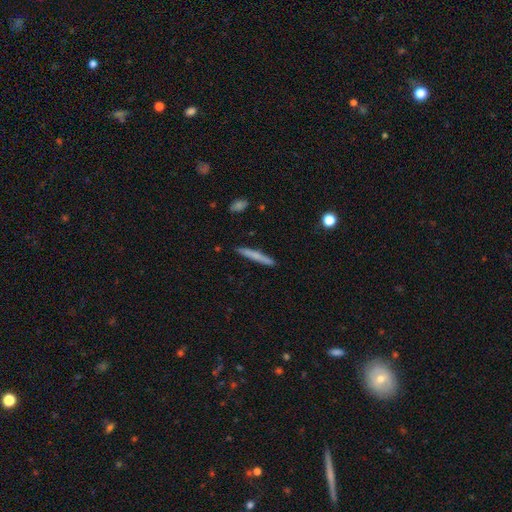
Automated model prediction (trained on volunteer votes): Smooth or featured? Predicted: smooth (p=0.66). How rounded? Predicted: cigar-shaped (p=0.96). Merging? Predicted: none (p=0.89).